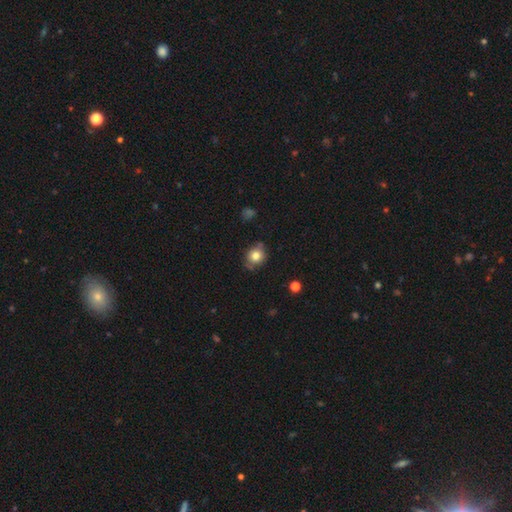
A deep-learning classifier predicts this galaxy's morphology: Q: Smooth or featured?
A: smooth (77%); runner-up: featured or disk (13%)
Q: How rounded?
A: round (75%); runner-up: in between (24%)
Q: Merging?
A: none (72%); runner-up: minor disturbance (20%)